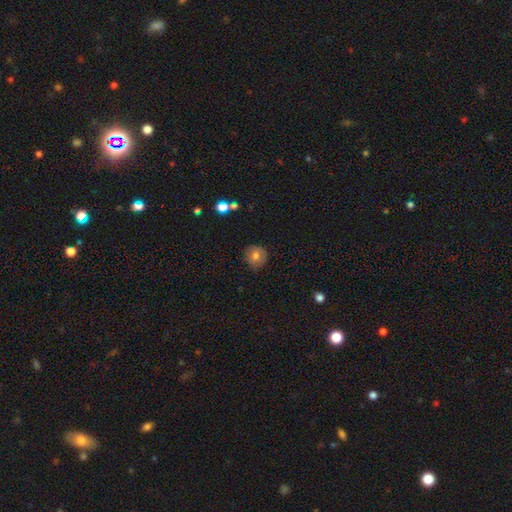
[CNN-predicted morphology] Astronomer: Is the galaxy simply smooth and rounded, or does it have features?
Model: smooth — 77%.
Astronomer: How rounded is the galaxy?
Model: round — 90%.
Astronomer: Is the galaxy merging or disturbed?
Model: none — 80%.